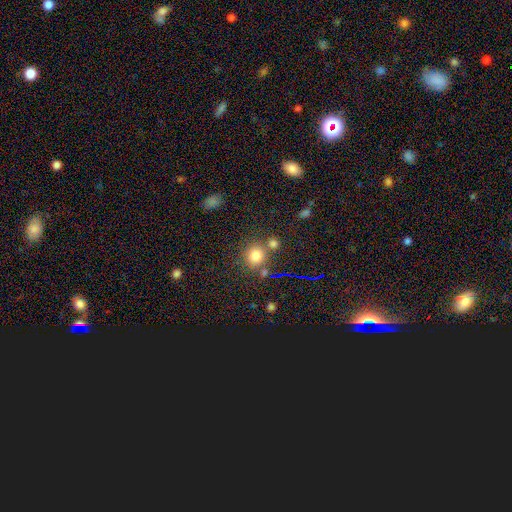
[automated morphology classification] smooth 78%, star or artifact 15%, featured or disk 7%. Down the decision tree: how rounded — round (86%); merging — none (68%).